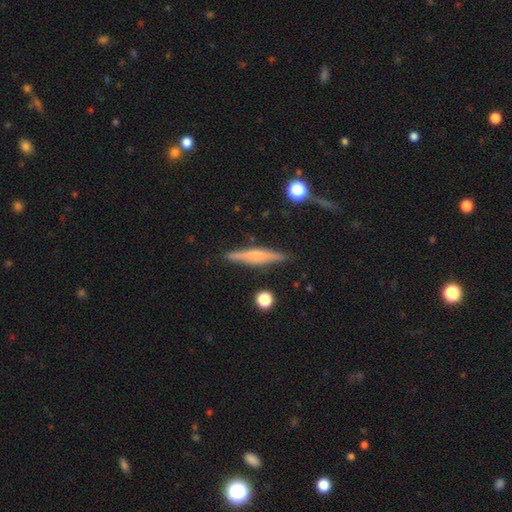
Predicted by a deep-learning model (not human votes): Smooth or featured: featured or disk — 53% (smooth — 39%)
Edge-on disk: yes — 96% (no — 4%)
Edge-on bulge: rounded — 65% (none — 20%)
Merging: none — 87% (minor disturbance — 9%)